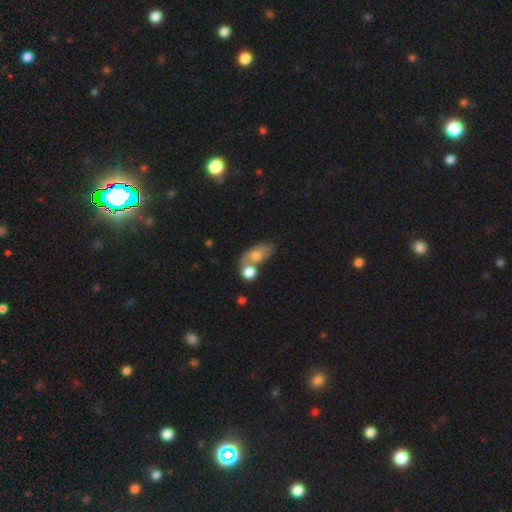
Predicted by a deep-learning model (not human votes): Q: Smooth or featured?
A: smooth (68%); runner-up: featured or disk (24%)
Q: How rounded?
A: in between (79%); runner-up: round (16%)
Q: Merging?
A: merger (51%); runner-up: none (30%)